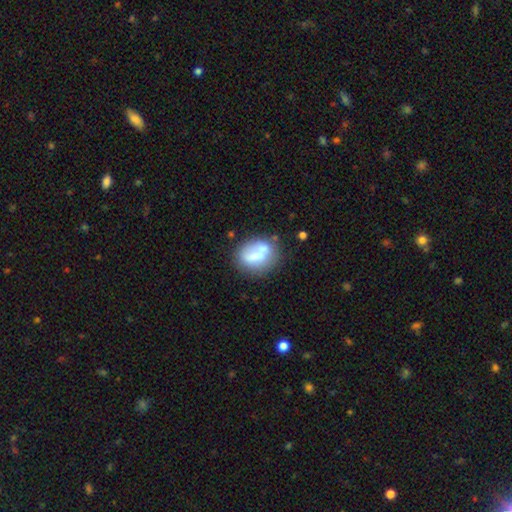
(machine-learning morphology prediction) A smooth galaxy with no disk features (63%) that is in between round and cigar-shaped (58%).

Vote fractions:
- Smooth or featured? smooth: 63% / featured or disk: 28% / star or artifact: 9%
- How rounded? in between: 58% / round: 39% / cigar-shaped: 3%
- Merging? none: 51% / minor disturbance: 21% / merger: 18% / major disturbance: 10%